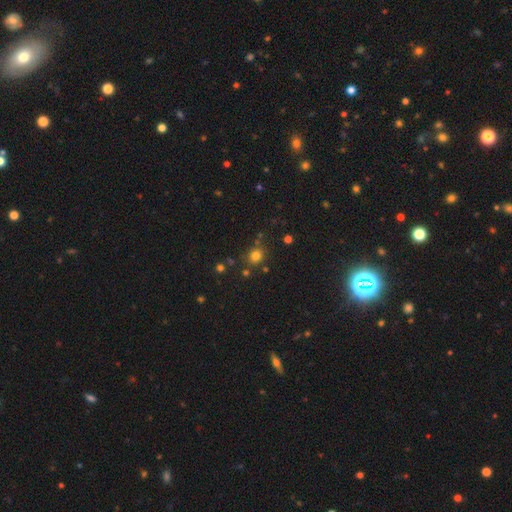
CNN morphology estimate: This is likely a smooth galaxy (75%). How rounded: likely round (76%). Merging: likely none (76%).